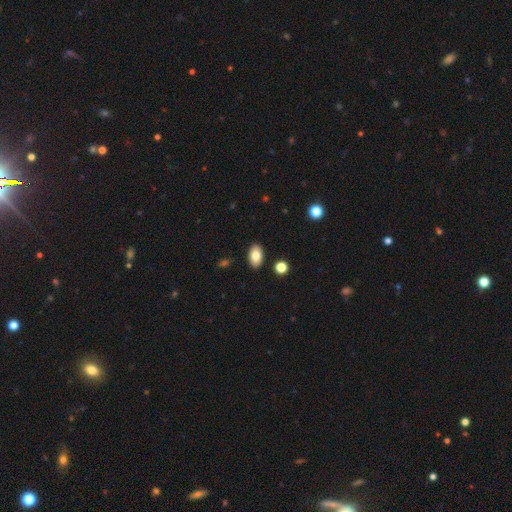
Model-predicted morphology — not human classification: This appears to be a smooth galaxy with no disk features (82%) that is in between round and cigar-shaped (93%). Merging: none (89%).